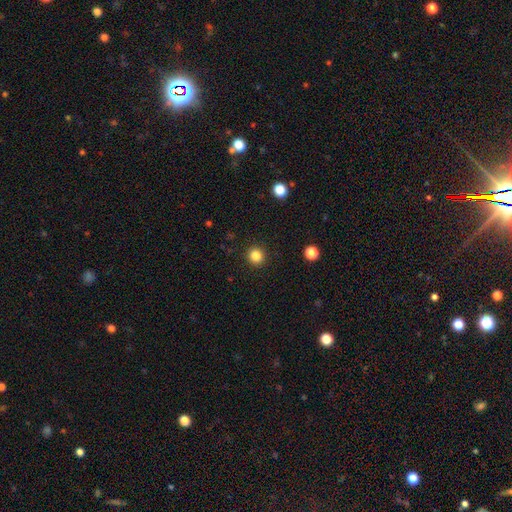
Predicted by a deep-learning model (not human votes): Smooth or featured? smooth (85%)
How rounded? round (92%)
Merging? none (92%)